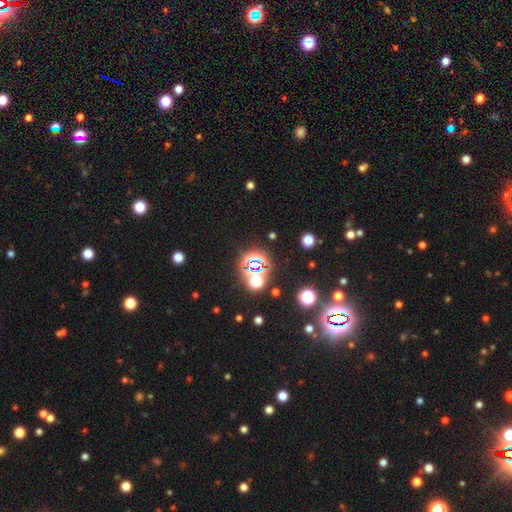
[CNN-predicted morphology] star or artifact 82%, smooth 11%, featured or disk 7%.